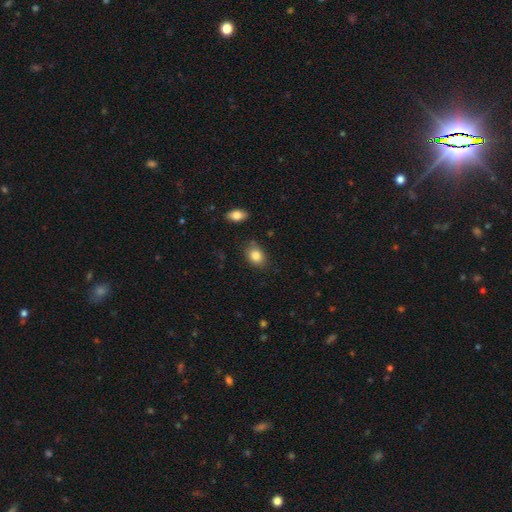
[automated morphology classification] The model was most divided on "how rounded": in between: 73%, round: 26%, cigar-shaped: 1%. More confident: smooth or featured — smooth (84%); merging — none (77%).